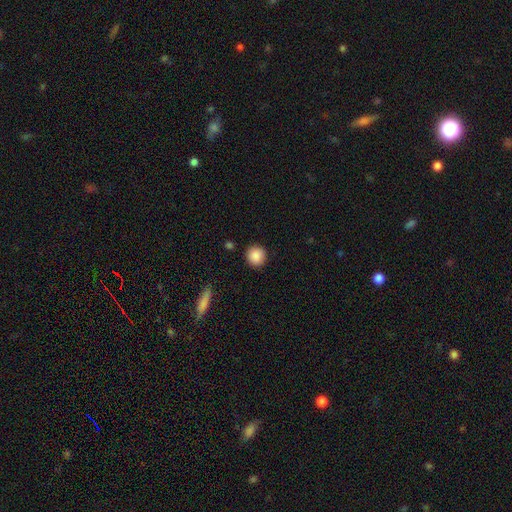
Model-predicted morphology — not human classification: Smooth or featured? smooth (89%)
How rounded? round (92%)
Merging? none (89%)